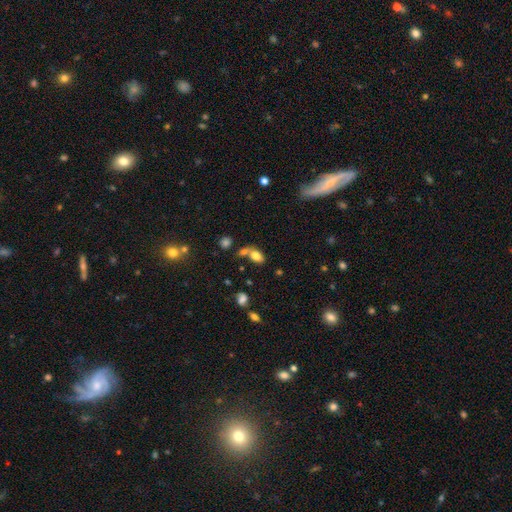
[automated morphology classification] Smooth or featured: smooth — 79% (featured or disk — 11%)
How rounded: in between — 88% (round — 10%)
Merging: none — 48% (merger — 32%)